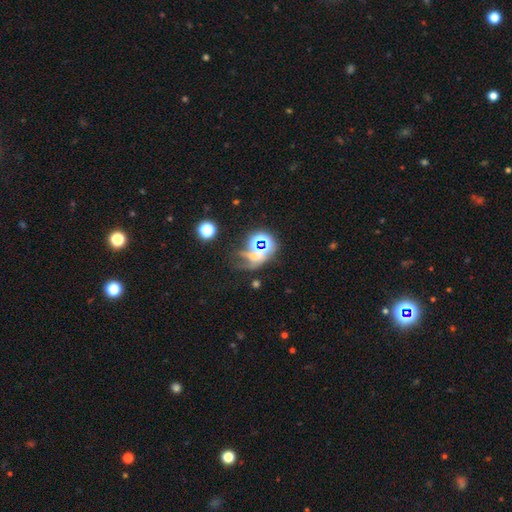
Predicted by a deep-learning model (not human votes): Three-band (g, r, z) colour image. It shows a star or artifact, not a galaxy (56%).